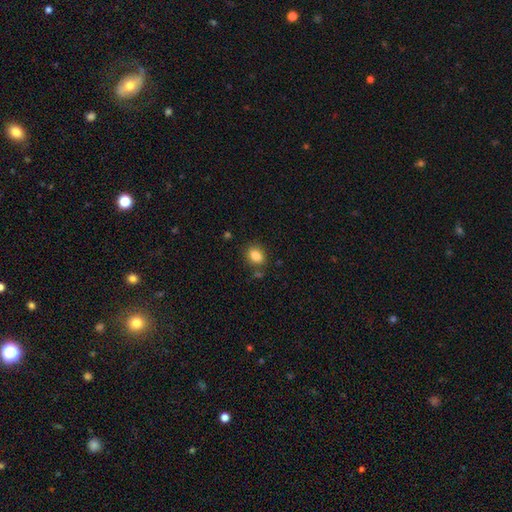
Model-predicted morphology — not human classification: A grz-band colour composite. It shows a smooth galaxy with no disk features (84%) that is in between round and cigar-shaped (62%). Merging: none (80%).